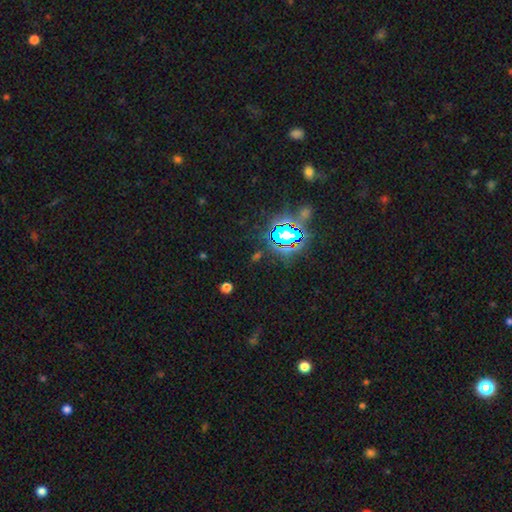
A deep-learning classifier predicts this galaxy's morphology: Smooth or featured? star or artifact (71%)